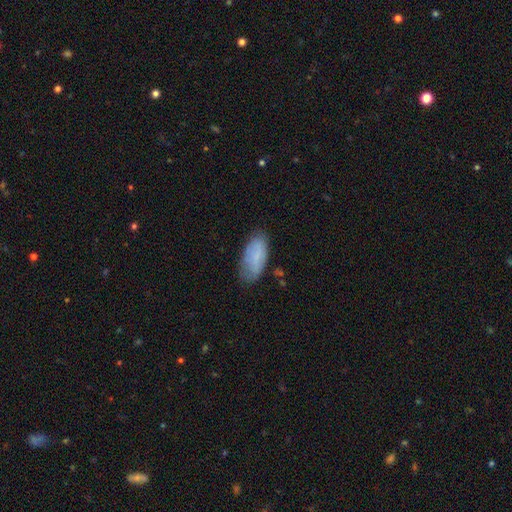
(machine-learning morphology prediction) type=smooth (77%); roundness=in between (89%); merging=none (69%).